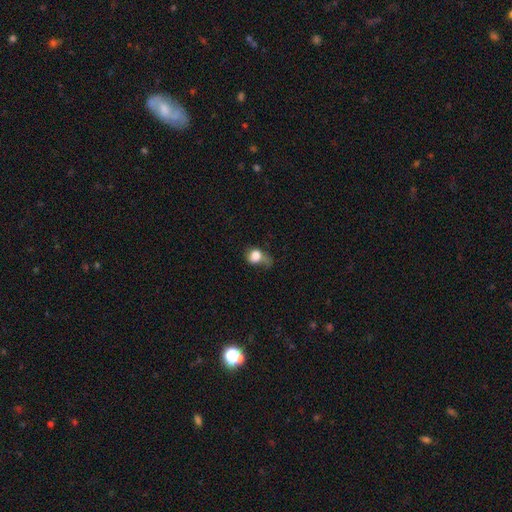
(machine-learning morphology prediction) Smooth or featured?
  - smooth: 75% *
  - featured or disk: 15%
  - star or artifact: 9%
How rounded?
  - round: 59% *
  - in between: 40%
  - cigar-shaped: 1%
Merging?
  - major disturbance: 43% *
  - minor disturbance: 27%
  - none: 24%
  - merger: 5%